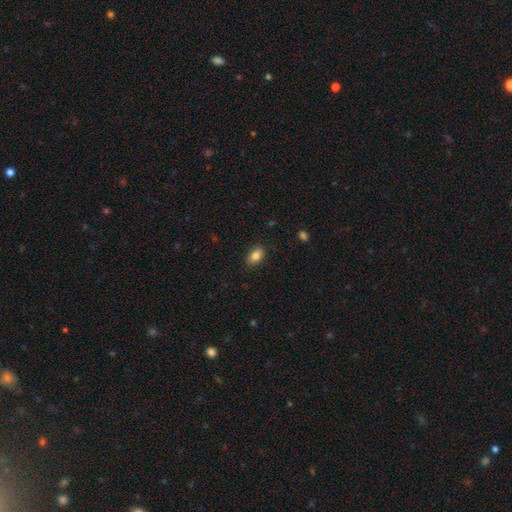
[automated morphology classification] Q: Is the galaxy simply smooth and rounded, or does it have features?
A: smooth — 84%.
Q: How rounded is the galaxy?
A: in between — 89%.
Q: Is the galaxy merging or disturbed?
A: none — 86%.